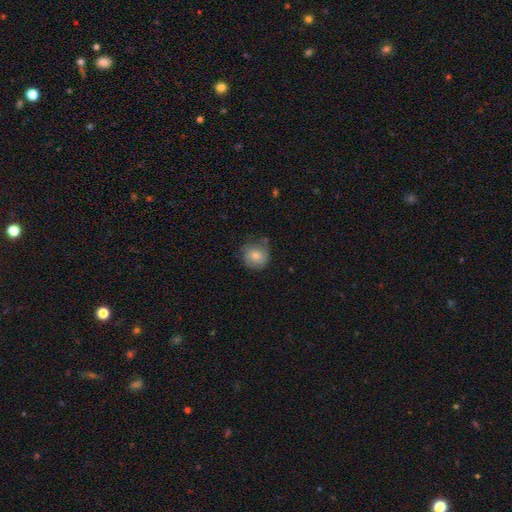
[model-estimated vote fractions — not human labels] The model was most divided on "merging": none: 64%, minor disturbance: 25%, major disturbance: 8%, merger: 3%. More confident: how rounded — round (85%); smooth or featured — smooth (75%).